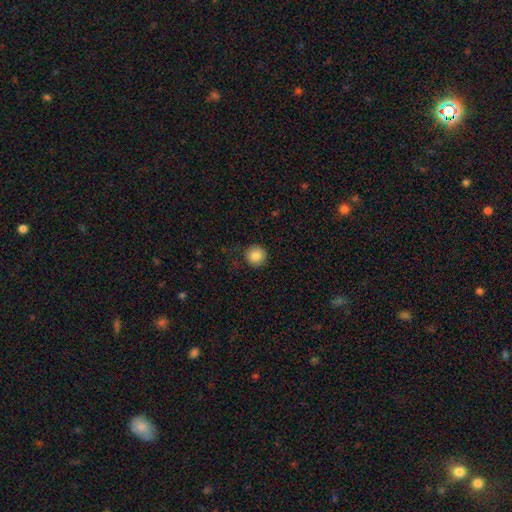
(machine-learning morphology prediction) The model was most divided on "merging": none: 86%, minor disturbance: 10%, major disturbance: 3%, merger: 1%. More confident: how rounded — round (93%); smooth or featured — smooth (87%).